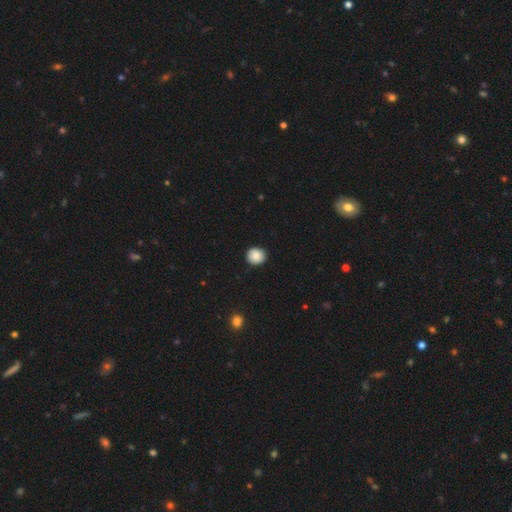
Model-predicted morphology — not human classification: Smooth or featured? Predicted: smooth (p=0.87). How rounded? Predicted: round (p=0.88). Merging? Predicted: none (p=0.89).